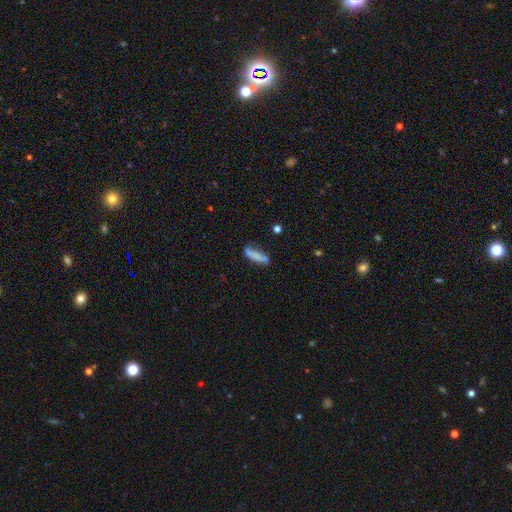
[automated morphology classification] Smooth or featured: smooth — 73% (featured or disk — 18%)
How rounded: cigar-shaped — 70% (in between — 28%)
Merging: none — 54% (minor disturbance — 27%)